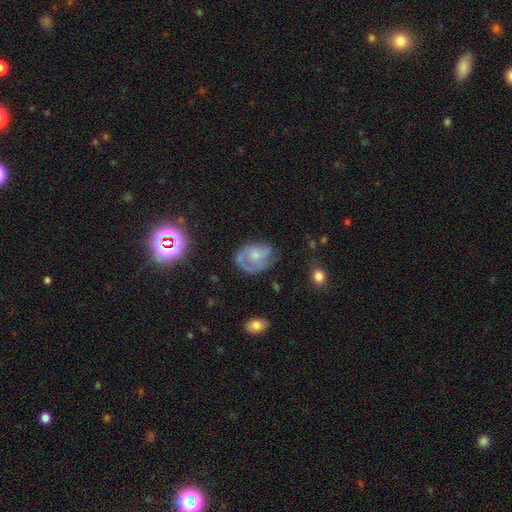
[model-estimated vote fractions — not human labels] smooth_or_featured: featured or disk (p=0.60) [alt: smooth p=0.31]
disk_edge_on: no (p=0.97) [alt: yes p=0.03]
bar: no (p=0.73) [alt: weak p=0.23]
has_spiral_arms: yes (p=0.76) [alt: no p=0.24]
bulge_size: small (p=0.49) [alt: moderate p=0.33]
merging: none (p=0.51) [alt: minor disturbance p=0.26]